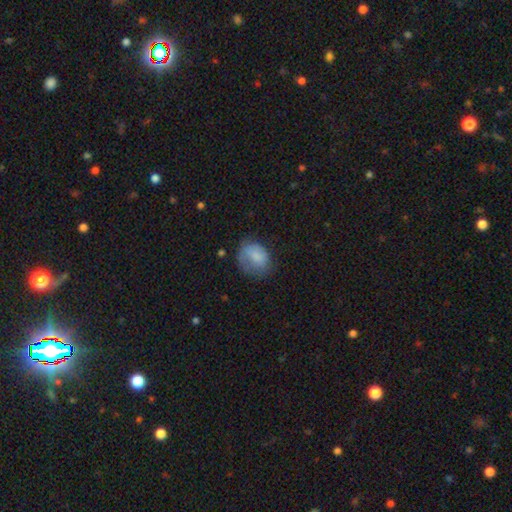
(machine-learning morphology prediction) smooth-or-featured: smooth: 75% | featured or disk: 17% | star or artifact: 8%
  how-rounded: in between: 57% | round: 42% | cigar-shaped: 1%
  merging: none: 49% | minor disturbance: 30% | major disturbance: 19% | merger: 2%